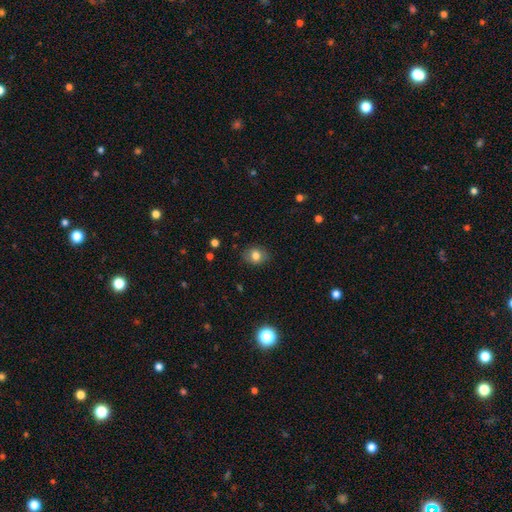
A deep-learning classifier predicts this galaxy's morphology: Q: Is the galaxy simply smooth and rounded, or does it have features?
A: smooth — 79%.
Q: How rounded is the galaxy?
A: round — 56%.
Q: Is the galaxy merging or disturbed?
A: none — 86%.